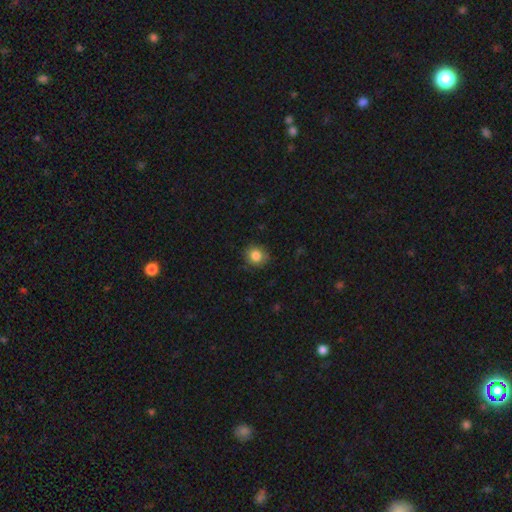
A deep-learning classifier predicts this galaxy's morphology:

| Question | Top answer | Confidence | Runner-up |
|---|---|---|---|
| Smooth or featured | smooth | 84% | star or artifact (9%) |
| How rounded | round | 83% | in between (16%) |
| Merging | none | 84% | minor disturbance (12%) |